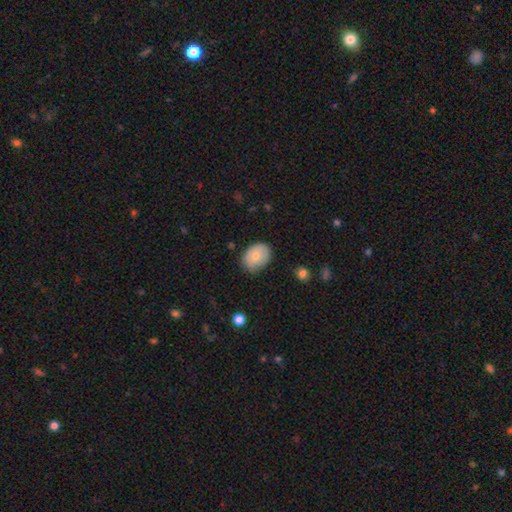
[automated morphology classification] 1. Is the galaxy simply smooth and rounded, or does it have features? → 75% smooth, 17% featured or disk, 7% star or artifact.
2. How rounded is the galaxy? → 65% in between, 34% round, 1% cigar-shaped.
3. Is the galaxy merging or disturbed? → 68% none, 26% minor disturbance, 4% major disturbance, 1% merger.